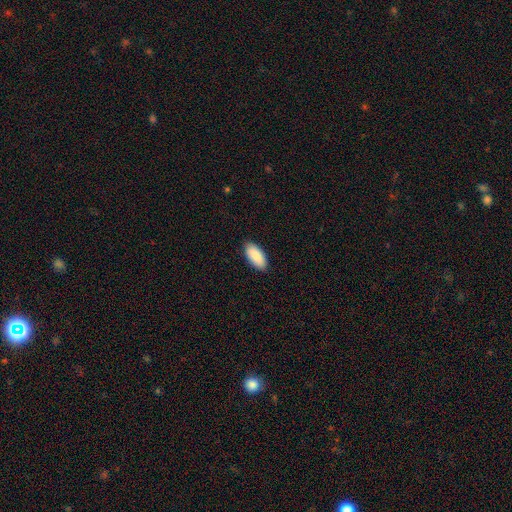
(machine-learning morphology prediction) Smooth or featured? Predicted: smooth (p=0.90). How rounded? Predicted: in between (p=0.92). Merging? Predicted: none (p=0.89).